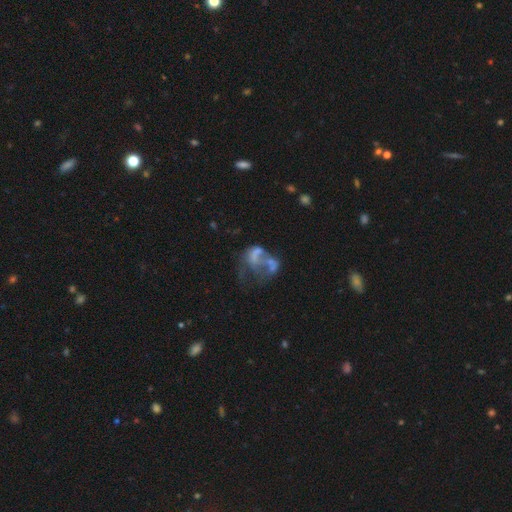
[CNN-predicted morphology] This is possibly a featured or disk galaxy (54%). It is clearly not viewed edge-on (98%). Bar: clearly no (90%). Spiral arm pattern: clearly no (92%). Central bulge: likely none (74%). Merging: marginally major disturbance (40%).